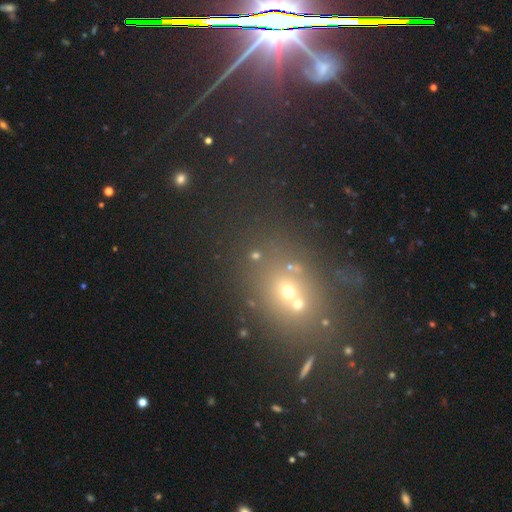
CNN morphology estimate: A smooth galaxy with no disk features (47%).

Vote fractions:
- Smooth or featured? smooth: 47% / star or artifact: 39% / featured or disk: 14%
- Merging? none: 64% / merger: 21% / minor disturbance: 10% / major disturbance: 5%